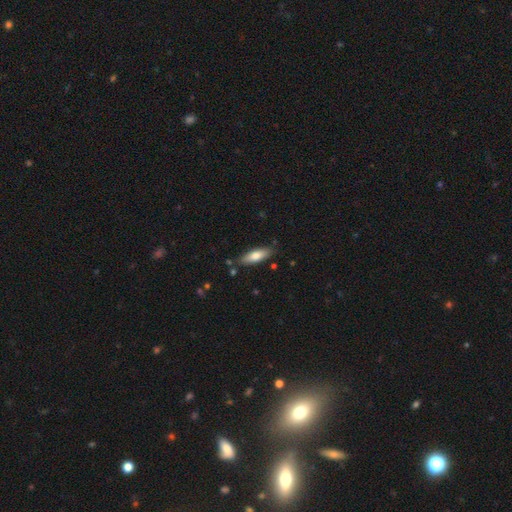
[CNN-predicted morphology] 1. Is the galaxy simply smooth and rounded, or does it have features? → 73% smooth, 21% featured or disk, 6% star or artifact.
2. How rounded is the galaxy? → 55% in between, 43% cigar-shaped, 2% round.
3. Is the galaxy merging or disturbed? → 82% none, 13% minor disturbance, 3% merger, 2% major disturbance.